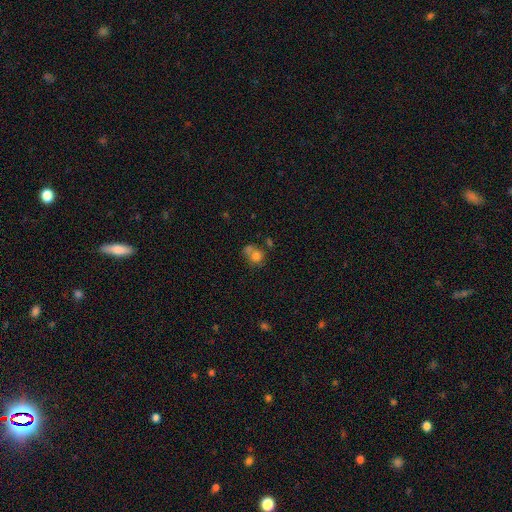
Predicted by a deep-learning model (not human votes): Smooth or featured?
  - smooth: 74% *
  - featured or disk: 14%
  - star or artifact: 12%
How rounded?
  - round: 72% *
  - in between: 27%
  - cigar-shaped: 1%
Merging?
  - merger: 39% *
  - none: 38%
  - minor disturbance: 15%
  - major disturbance: 9%